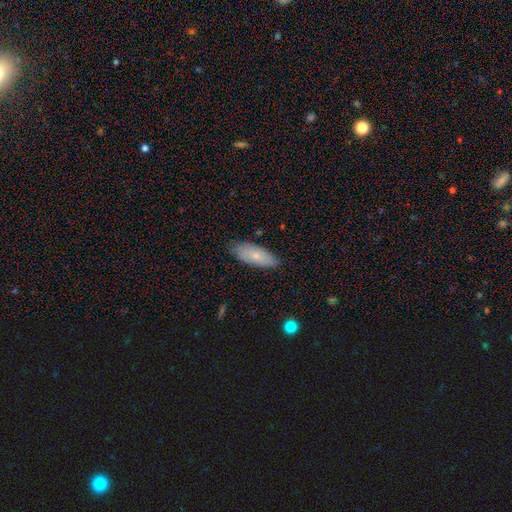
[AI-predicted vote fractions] Q: Smooth or featured?
A: smooth (74%); runner-up: featured or disk (19%)
Q: How rounded?
A: in between (80%); runner-up: cigar-shaped (18%)
Q: Merging?
A: none (80%); runner-up: minor disturbance (16%)